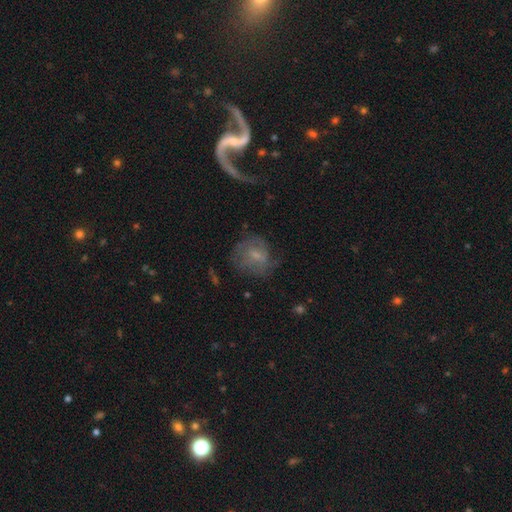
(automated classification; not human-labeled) Q: Smooth or featured?
A: featured or disk (53%); runner-up: smooth (36%)
Q: Edge-on disk?
A: no (97%); runner-up: yes (3%)
Q: Bar?
A: no (49%); runner-up: weak (43%)
Q: Spiral arms?
A: yes (68%); runner-up: no (32%)
Q: Bulge size?
A: small (59%); runner-up: moderate (24%)
Q: Merging?
A: none (56%); runner-up: minor disturbance (21%)